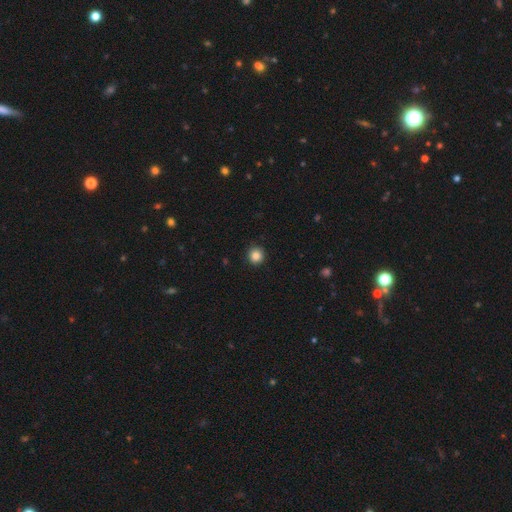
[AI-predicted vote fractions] A smooth galaxy with no disk features (85%) that is round (94%). Merging: none (91%).